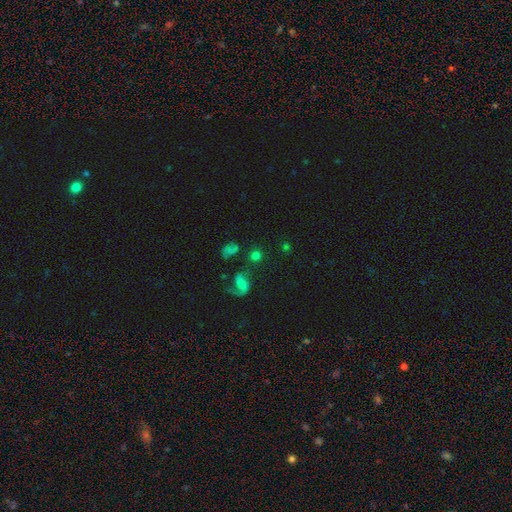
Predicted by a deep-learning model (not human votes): Smooth or featured: smooth — 64% (featured or disk — 18%)
How rounded: round — 85% (in between — 14%)
Merging: none — 68% (merger — 12%)